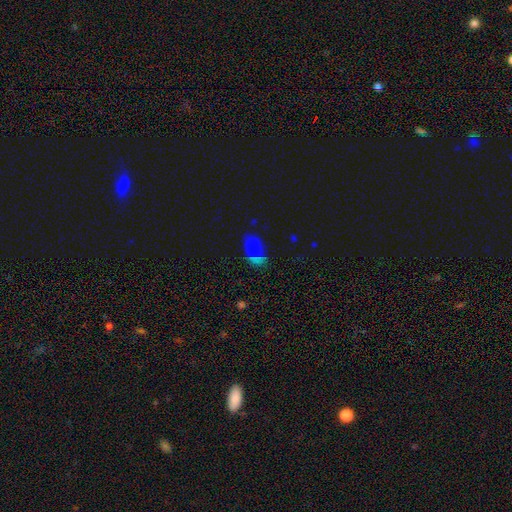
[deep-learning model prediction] Smooth or featured? smooth (46%)
Merging? none (47%)